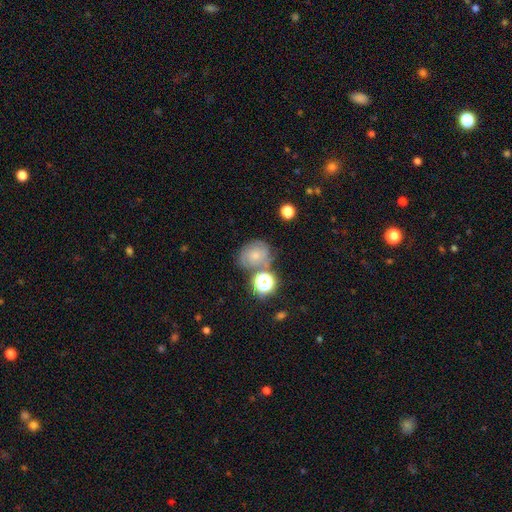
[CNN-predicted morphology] The model was most divided on "smooth or featured": smooth: 44%, featured or disk: 38%, star or artifact: 19%. More confident: merging — none (56%).